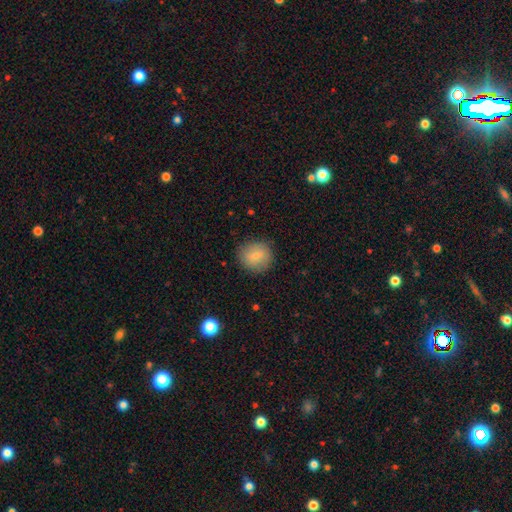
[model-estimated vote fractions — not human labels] This is clearly a smooth galaxy (82%). How rounded: clearly round (85%). Merging: clearly none (85%).